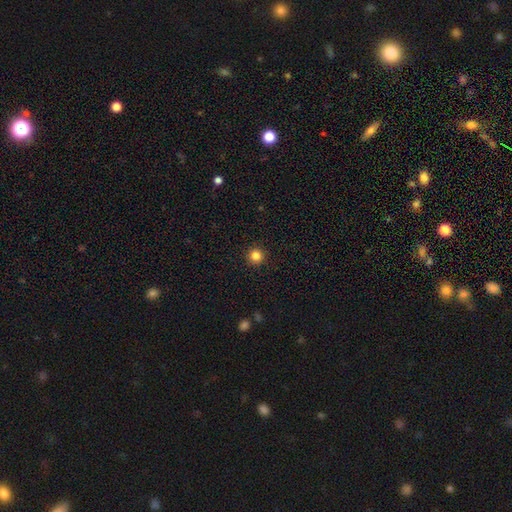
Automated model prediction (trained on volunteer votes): smooth 84%, star or artifact 12%, featured or disk 4%. Down the decision tree: how rounded — round (96%); merging — none (93%).